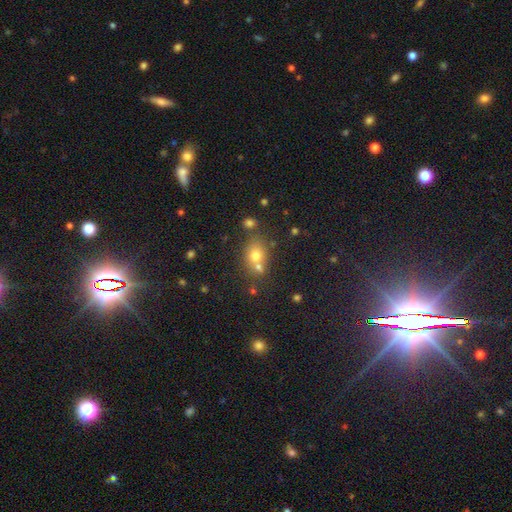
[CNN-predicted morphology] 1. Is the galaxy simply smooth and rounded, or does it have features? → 70% smooth, 16% star or artifact, 14% featured or disk.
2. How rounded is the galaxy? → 60% round, 39% in between, 1% cigar-shaped.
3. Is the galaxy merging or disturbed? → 52% none, 32% merger, 11% minor disturbance, 4% major disturbance.